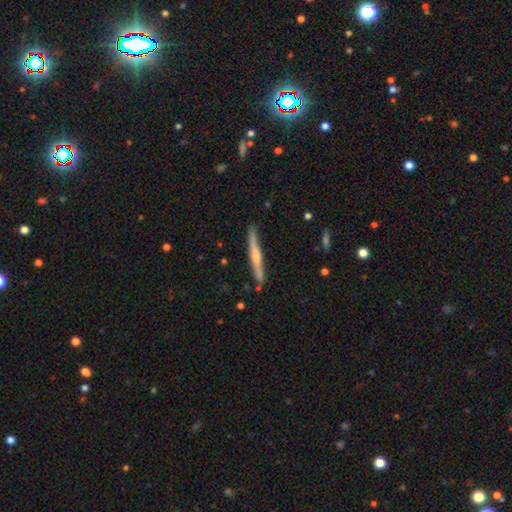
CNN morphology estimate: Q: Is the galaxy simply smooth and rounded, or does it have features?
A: featured or disk — 60%.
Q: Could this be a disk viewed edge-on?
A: yes — 96%.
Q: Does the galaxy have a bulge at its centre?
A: rounded — 65%.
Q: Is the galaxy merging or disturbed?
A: none — 86%.